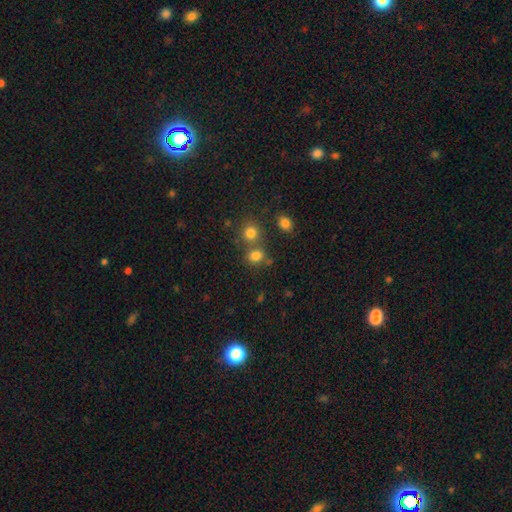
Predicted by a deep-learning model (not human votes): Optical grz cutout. It shows a smooth galaxy with no disk features (78%) that is round (72%). Merging: none (58%).